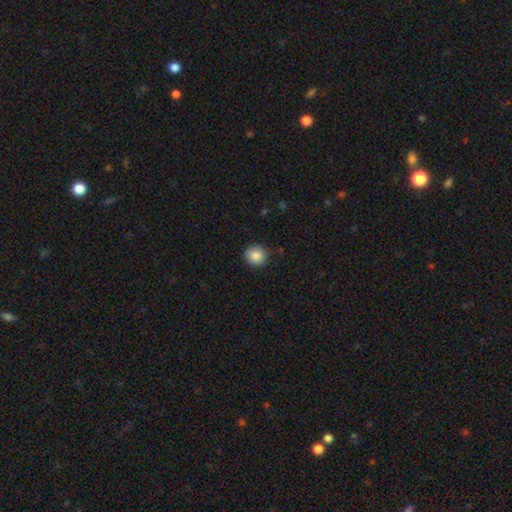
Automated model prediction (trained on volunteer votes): A smooth galaxy with no disk features (86%) that is round (87%).

Vote fractions:
- Smooth or featured? smooth: 86% / star or artifact: 9% / featured or disk: 5%
- How rounded? round: 87% / in between: 12% / cigar-shaped: 1%
- Merging? none: 85% / minor disturbance: 11% / major disturbance: 2% / merger: 1%